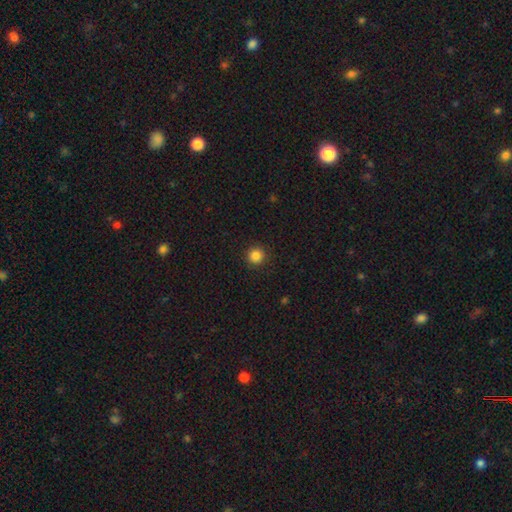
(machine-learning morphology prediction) This is clearly a smooth galaxy (85%). How rounded: clearly round (95%). Merging: clearly none (92%).